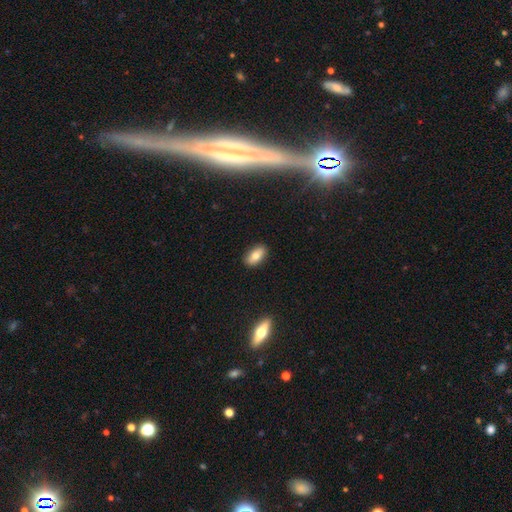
Smooth or featured? 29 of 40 (72%) said smooth. How rounded? 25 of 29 (86%) said in between. Merging? 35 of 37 (95%) said none.